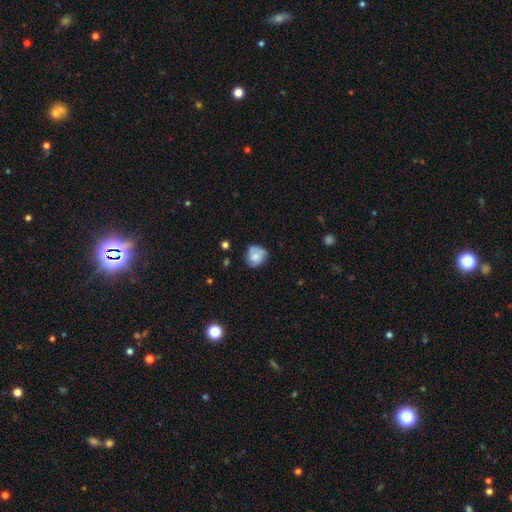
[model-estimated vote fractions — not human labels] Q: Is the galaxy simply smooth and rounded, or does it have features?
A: smooth — 65%.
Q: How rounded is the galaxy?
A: round — 73%.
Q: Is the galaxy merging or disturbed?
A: none — 55%.